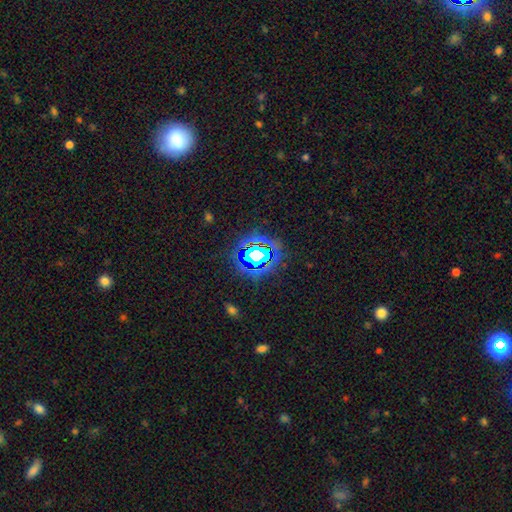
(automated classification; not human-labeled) The model was most divided on "smooth or featured": star or artifact: 67%, smooth: 19%, featured or disk: 13%.